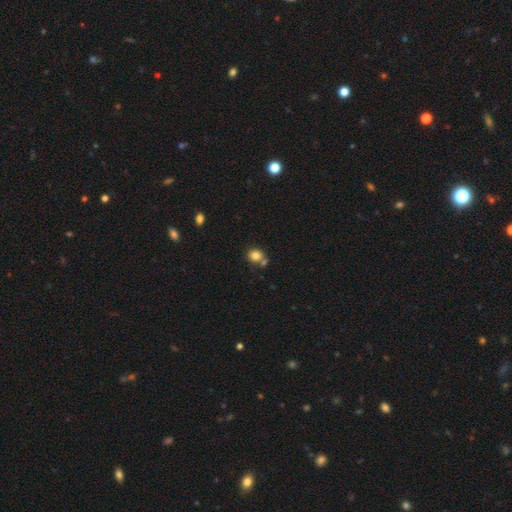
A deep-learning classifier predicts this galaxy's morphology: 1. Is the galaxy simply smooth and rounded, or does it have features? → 82% smooth, 11% star or artifact, 7% featured or disk.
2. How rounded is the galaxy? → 75% round, 24% in between, 1% cigar-shaped.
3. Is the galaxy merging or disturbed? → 57% none, 27% merger, 12% minor disturbance, 4% major disturbance.